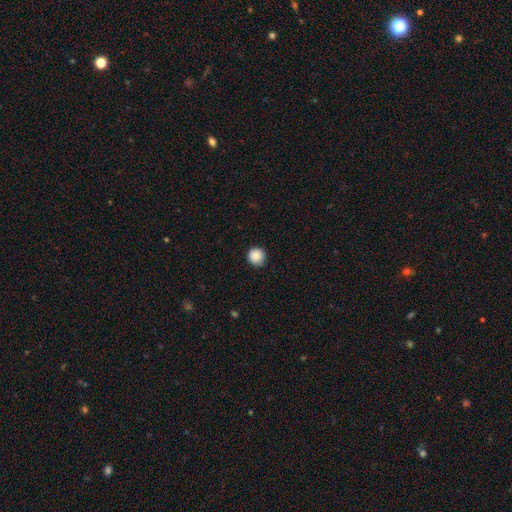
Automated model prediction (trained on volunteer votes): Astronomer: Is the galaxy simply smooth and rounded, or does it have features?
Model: smooth — 87%.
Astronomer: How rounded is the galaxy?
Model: round — 94%.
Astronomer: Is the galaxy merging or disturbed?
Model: none — 84%.